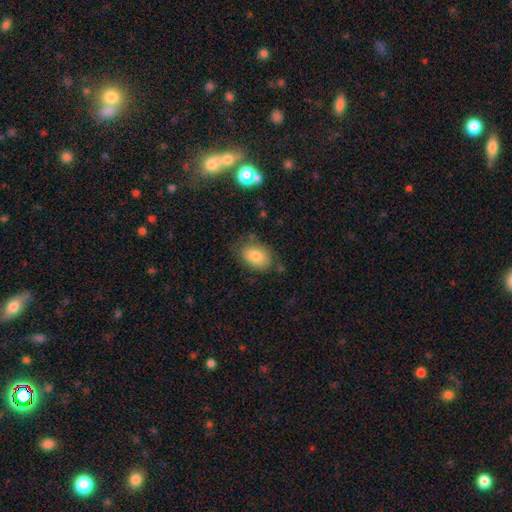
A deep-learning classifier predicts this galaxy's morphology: A smooth galaxy with no disk features (81%) that is in between round and cigar-shaped (80%). Merging: none (72%).